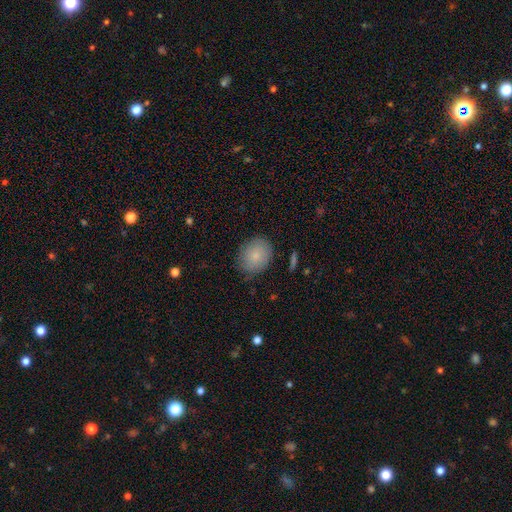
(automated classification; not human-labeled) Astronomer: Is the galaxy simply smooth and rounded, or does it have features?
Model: smooth — 83%.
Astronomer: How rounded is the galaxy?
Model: round — 50% (runner-up: in between, 49%).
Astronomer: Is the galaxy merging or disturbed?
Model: none — 81%.